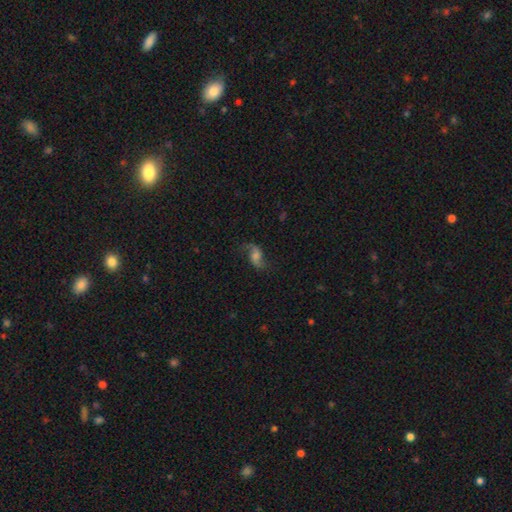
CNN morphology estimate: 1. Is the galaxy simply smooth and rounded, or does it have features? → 76% featured or disk, 15% smooth, 9% star or artifact.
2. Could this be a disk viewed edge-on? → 96% no, 4% yes.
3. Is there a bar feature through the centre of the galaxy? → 52% no, 37% weak, 11% strong.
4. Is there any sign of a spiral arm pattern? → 94% yes, 6% no.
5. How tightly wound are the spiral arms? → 83% loose, 14% medium, 3% tight.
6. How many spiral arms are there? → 92% 2, 3% 1, 2% can't tell, 1% 3, 1% 4, 1% more than 4.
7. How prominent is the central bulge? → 35% moderate, 29% small, 20% none, 13% large, 3% dominant.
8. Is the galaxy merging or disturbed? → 75% none, 15% minor disturbance, 9% major disturbance, 2% merger.